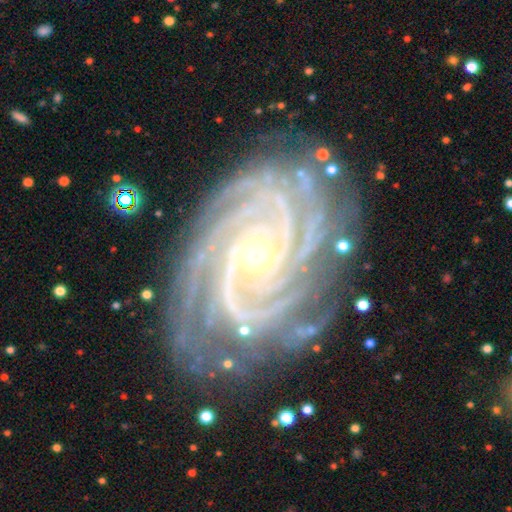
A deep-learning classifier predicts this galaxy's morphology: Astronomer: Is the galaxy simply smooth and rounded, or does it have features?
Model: featured or disk — 93%.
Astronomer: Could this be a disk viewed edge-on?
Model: no — 98%.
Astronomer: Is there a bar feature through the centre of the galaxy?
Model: no — 56%.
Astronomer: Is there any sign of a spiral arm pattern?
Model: yes — 99%.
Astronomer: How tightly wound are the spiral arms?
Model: tight — 79%.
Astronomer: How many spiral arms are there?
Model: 4 — 27% (runner-up: 3, 23%).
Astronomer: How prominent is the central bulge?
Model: moderate — 51% (runner-up: small, 45%).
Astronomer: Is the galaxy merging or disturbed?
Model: none — 78%.